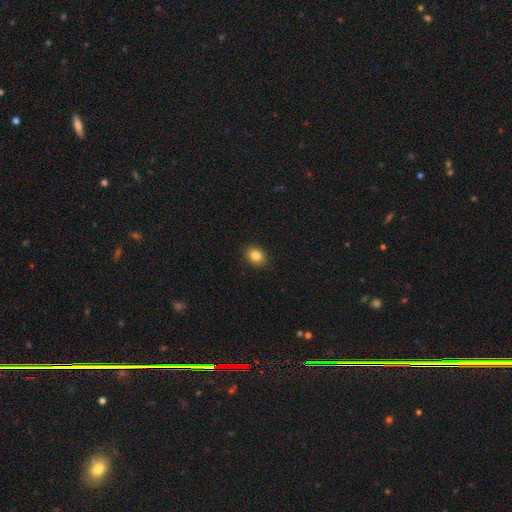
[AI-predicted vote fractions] Overall: smooth (85%). How rounded: in between (56%; round 43%). Merging: none (90%).